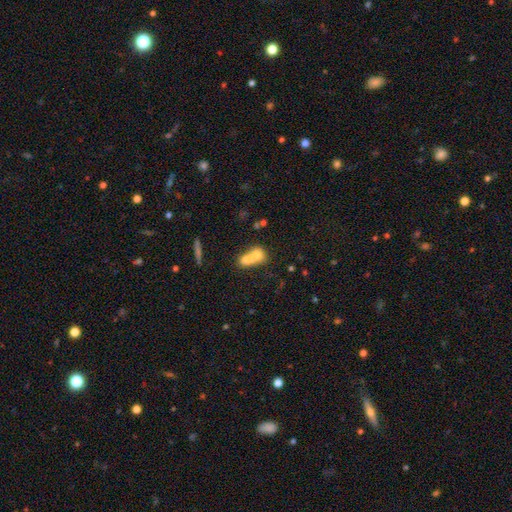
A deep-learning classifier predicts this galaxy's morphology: smooth 70%, featured or disk 20%, star or artifact 10%. Down the decision tree: how rounded — in between (57%); merging — merger (71%).